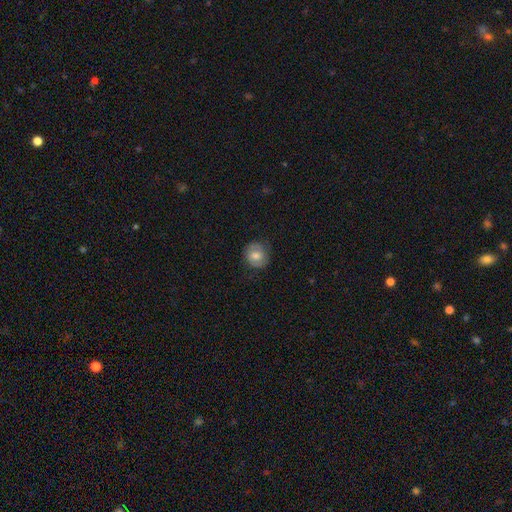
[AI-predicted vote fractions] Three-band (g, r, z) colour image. It shows a smooth galaxy with no disk features (62%) that is round (81%). Merging: none (79%).